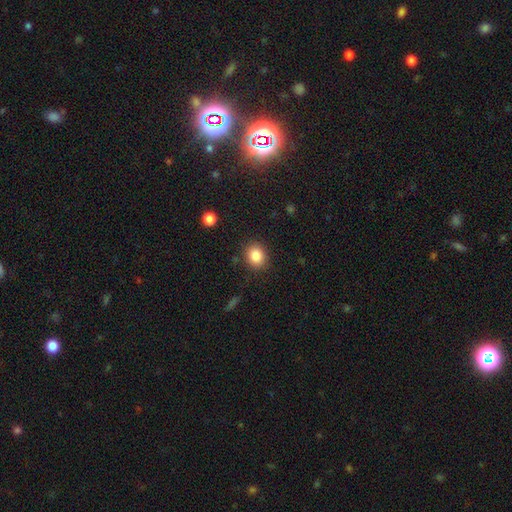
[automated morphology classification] Smooth or featured? Predicted: smooth (p=0.85). How rounded? Predicted: round (p=0.62). Merging? Predicted: none (p=0.87).